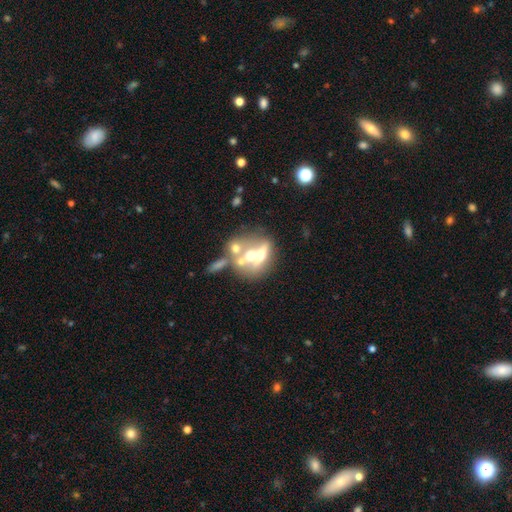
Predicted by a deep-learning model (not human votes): featured or disk 52%, smooth 35%, star or artifact 13%. Down the decision tree: edge-on disk — no (83%); merging — merger (56%).